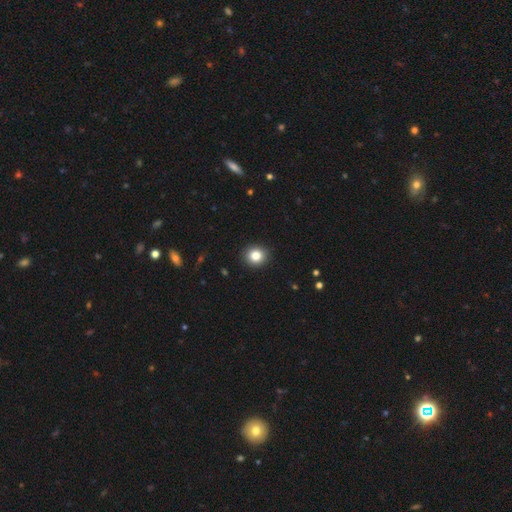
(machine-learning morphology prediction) smooth_or_featured: smooth (p=0.83) [alt: star or artifact p=0.10]
how_rounded: round (p=0.86) [alt: in between p=0.13]
merging: none (p=0.92) [alt: minor disturbance p=0.06]